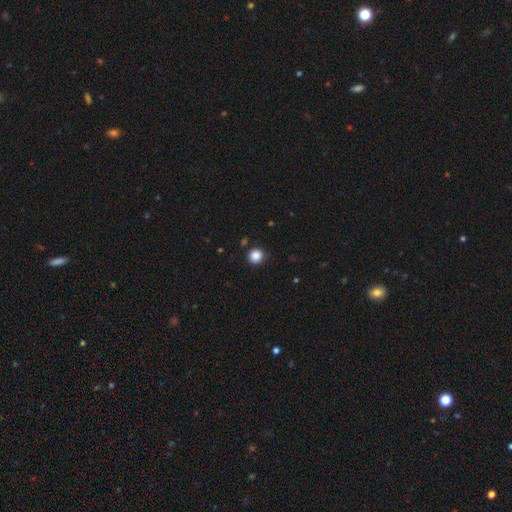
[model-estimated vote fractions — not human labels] smooth-or-featured: smooth: 87% | star or artifact: 11% | featured or disk: 3%
  how-rounded: round: 92% | in between: 7% | cigar-shaped: 1%
  merging: none: 90% | minor disturbance: 6% | major disturbance: 2% | merger: 2%